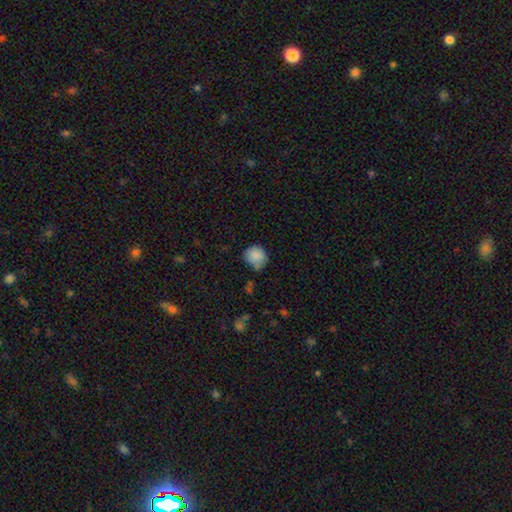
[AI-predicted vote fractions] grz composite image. It shows a smooth galaxy with no disk features (86%) that is round (82%). Merging: none (61%).